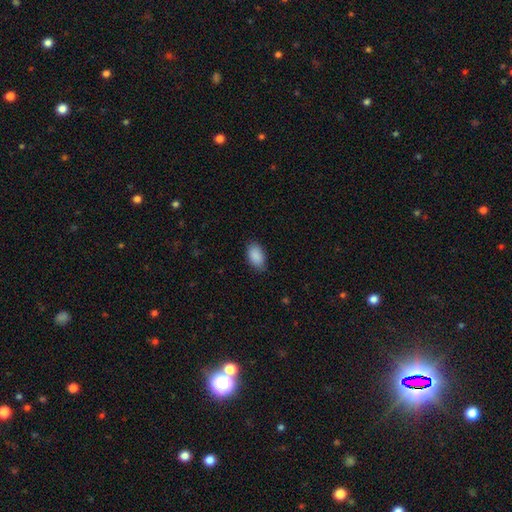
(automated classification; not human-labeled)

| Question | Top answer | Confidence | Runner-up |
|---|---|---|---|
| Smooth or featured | smooth | 90% | star or artifact (7%) |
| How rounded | in between | 93% | round (5%) |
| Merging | none | 82% | minor disturbance (14%) |